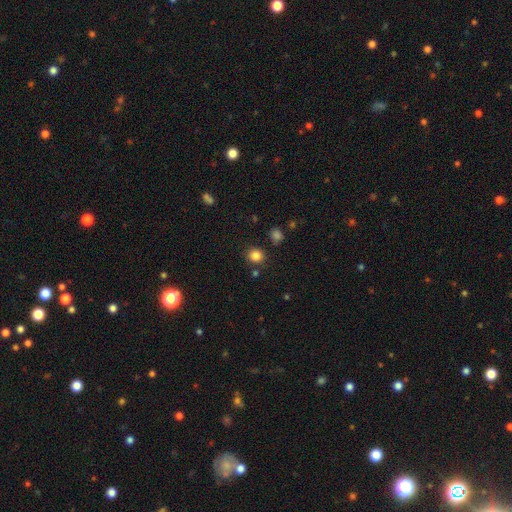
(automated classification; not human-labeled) Overall: smooth (84%). How rounded: round (84%). Merging: none (84%).